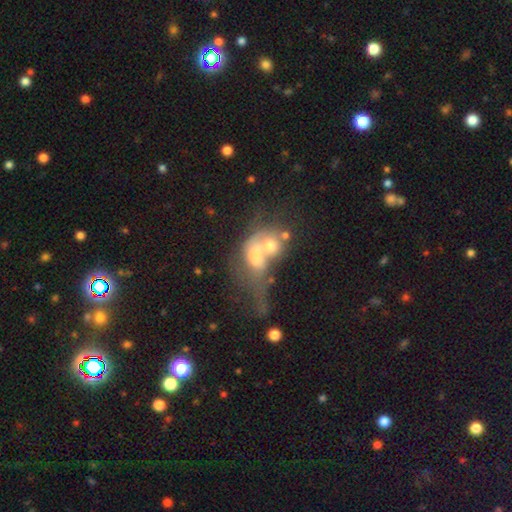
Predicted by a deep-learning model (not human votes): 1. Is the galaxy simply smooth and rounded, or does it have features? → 45% smooth, 44% featured or disk, 11% star or artifact.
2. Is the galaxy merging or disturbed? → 70% merger, 17% major disturbance, 8% none, 5% minor disturbance.